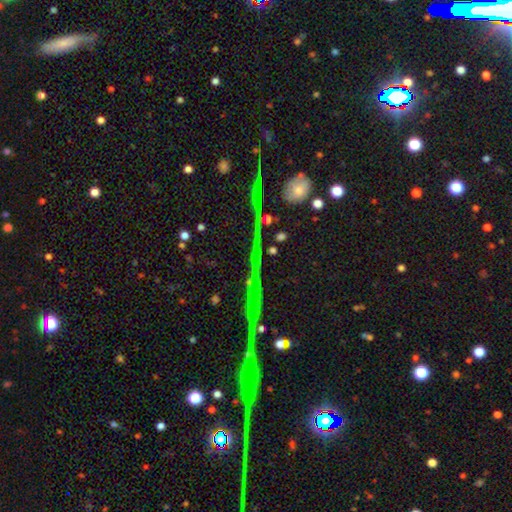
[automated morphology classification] Smooth or featured? Predicted: star or artifact (p=0.70).